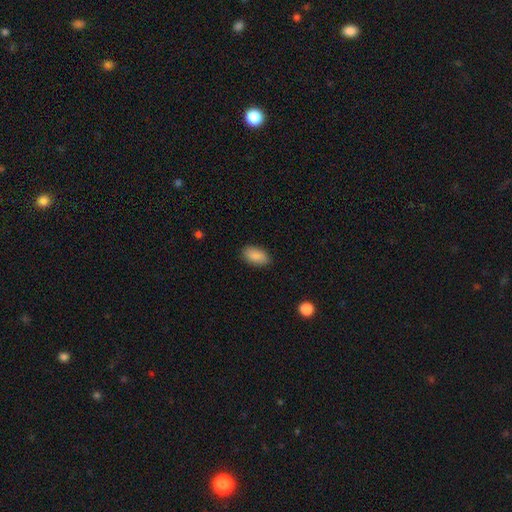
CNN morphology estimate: Smooth or featured? smooth (88%)
How rounded? in between (93%)
Merging? none (85%)